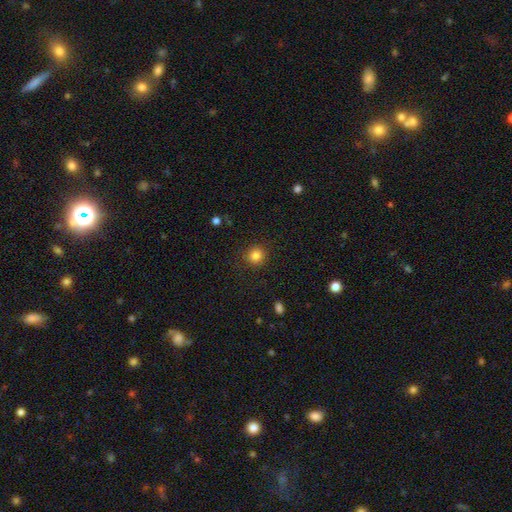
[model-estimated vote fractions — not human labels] smooth_or_featured: smooth (p=0.84) [alt: star or artifact p=0.11]
how_rounded: round (p=0.92) [alt: in between p=0.07]
merging: none (p=0.89) [alt: minor disturbance p=0.07]